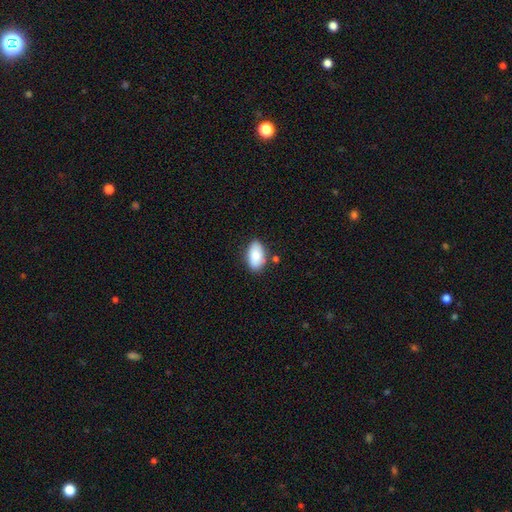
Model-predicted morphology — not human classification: Smooth or featured? smooth (84%)
How rounded? in between (94%)
Merging? none (79%)